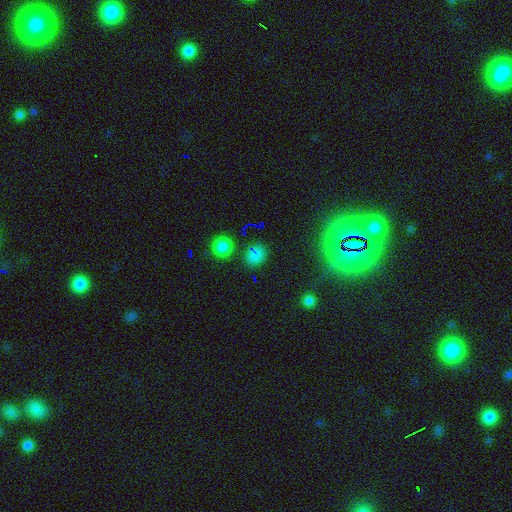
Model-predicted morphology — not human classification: type=smooth (63%); roundness=round (62%); merging=none (82%).